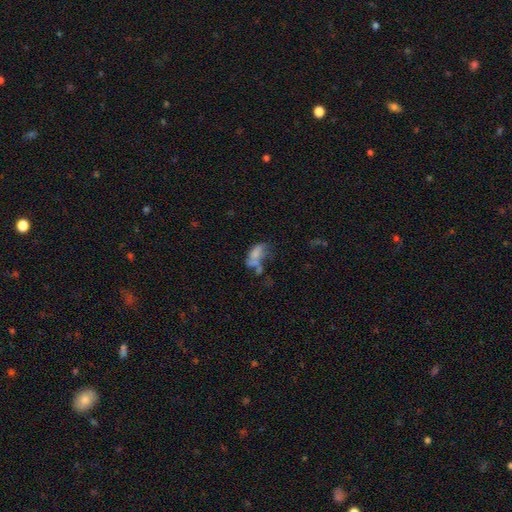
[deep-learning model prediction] A smooth galaxy with no disk features (61%) that is in between round and cigar-shaped (88%).

Vote fractions:
- Smooth or featured? smooth: 61% / featured or disk: 27% / star or artifact: 12%
- How rounded? in between: 88% / cigar-shaped: 7% / round: 5%
- Merging? merger: 34% / major disturbance: 25% / none: 23% / minor disturbance: 18%